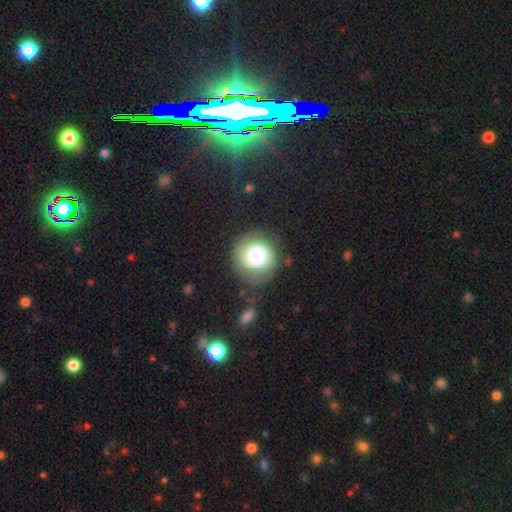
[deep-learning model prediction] This appears to be a smooth galaxy with no disk features (58%) that is round (88%). Merging: none (60%).